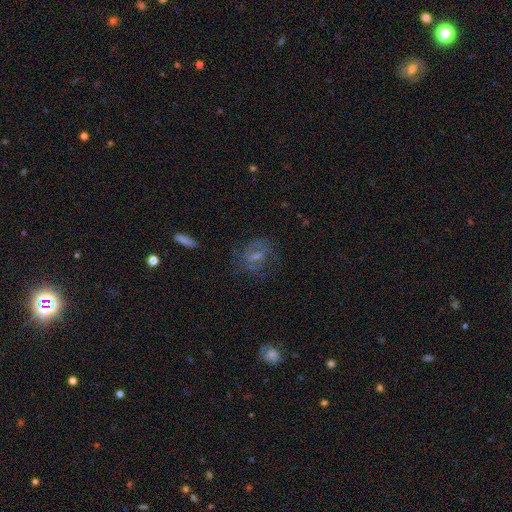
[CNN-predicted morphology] Smooth or featured? featured or disk (56%)
Edge-on disk? no (94%)
Bar? weak (48%)
Spiral arms? yes (64%)
Bulge size? small (38%)
Merging? none (61%)